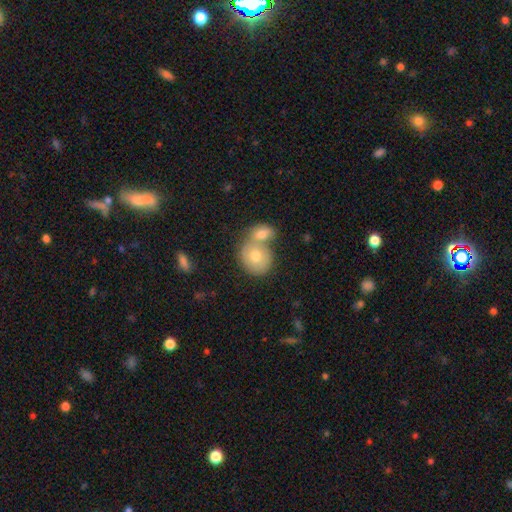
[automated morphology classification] The model was most divided on "merging": merger: 59%, none: 30%, minor disturbance: 8%, major disturbance: 3%. More confident: how rounded — round (70%); smooth or featured — smooth (67%).